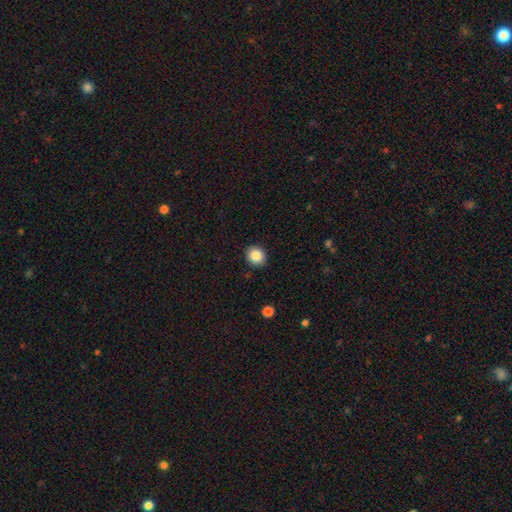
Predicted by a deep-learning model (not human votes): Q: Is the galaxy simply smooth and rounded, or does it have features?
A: smooth — 85%.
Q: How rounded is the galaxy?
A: round — 84%.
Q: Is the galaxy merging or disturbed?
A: none — 91%.